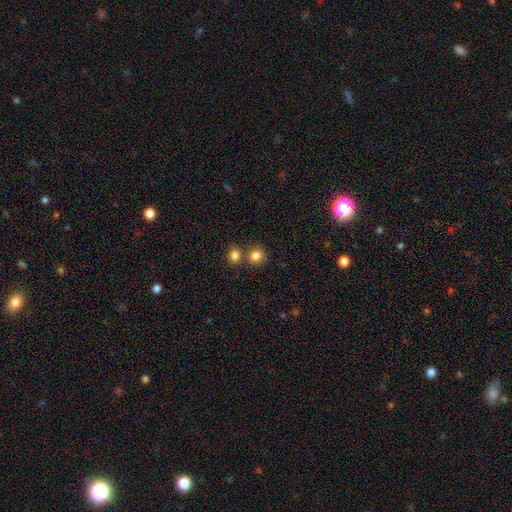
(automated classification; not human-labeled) Smooth or featured? Predicted: smooth (p=0.83). How rounded? Predicted: round (p=0.87). Merging? Predicted: none (p=0.63).